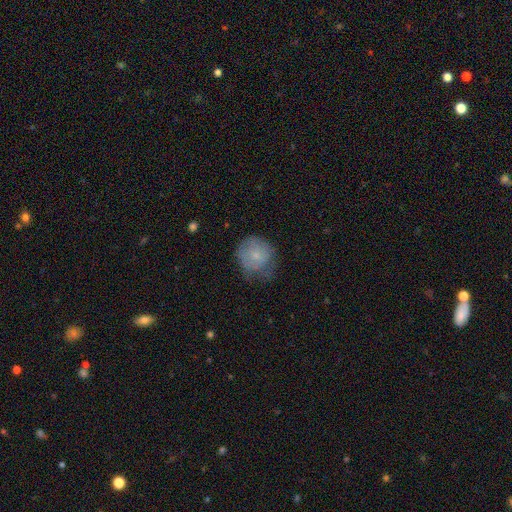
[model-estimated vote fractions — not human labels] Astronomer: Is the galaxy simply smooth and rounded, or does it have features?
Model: smooth — 70%.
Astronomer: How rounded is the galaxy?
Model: round — 87%.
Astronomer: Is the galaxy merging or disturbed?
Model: none — 49% (runner-up: minor disturbance, 34%).